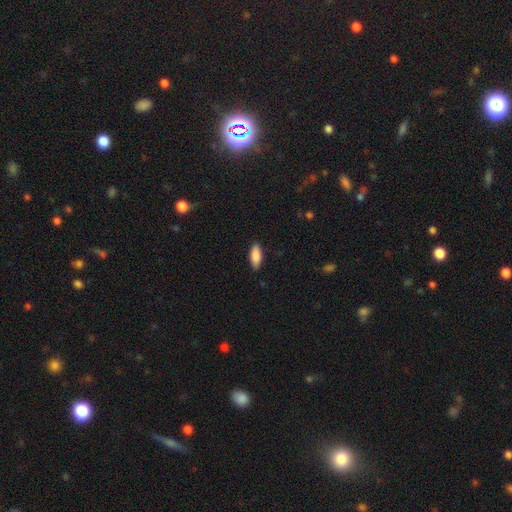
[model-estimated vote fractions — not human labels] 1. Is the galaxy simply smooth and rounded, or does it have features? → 87% smooth, 7% featured or disk, 6% star or artifact.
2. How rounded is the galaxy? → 75% in between, 23% cigar-shaped, 2% round.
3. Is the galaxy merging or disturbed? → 88% none, 9% minor disturbance, 2% major disturbance, 1% merger.